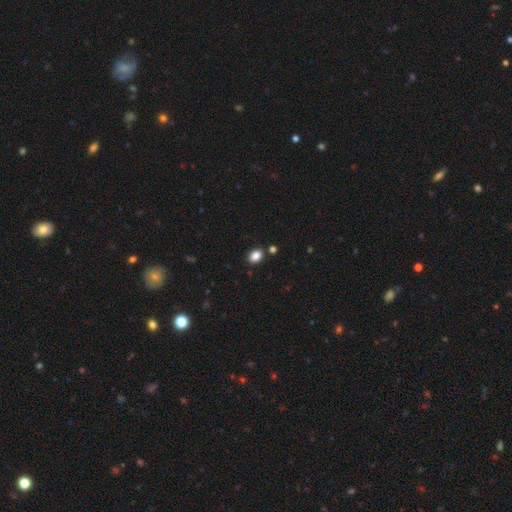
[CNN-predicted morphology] smooth-or-featured: smooth: 86% | star or artifact: 10% | featured or disk: 4%
  how-rounded: in between: 74% | round: 25% | cigar-shaped: 1%
  merging: none: 83% | minor disturbance: 9% | merger: 6% | major disturbance: 2%